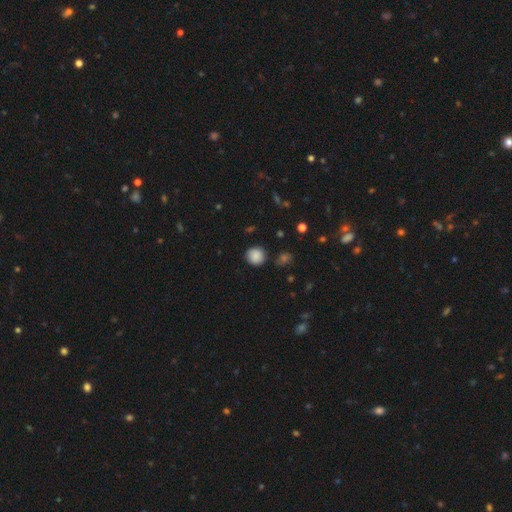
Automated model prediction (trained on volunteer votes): smooth 86%, star or artifact 9%, featured or disk 4%. Down the decision tree: how rounded — round (91%); merging — none (84%).